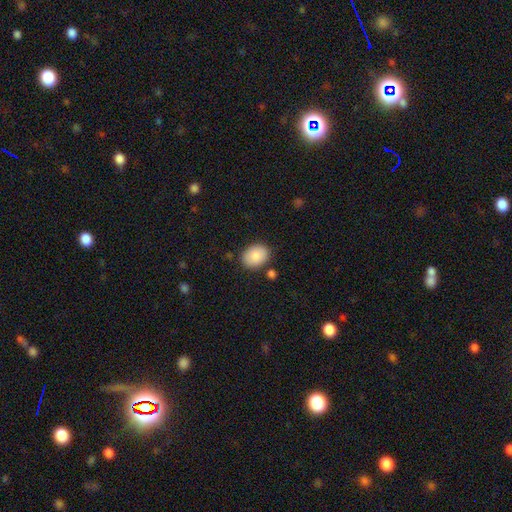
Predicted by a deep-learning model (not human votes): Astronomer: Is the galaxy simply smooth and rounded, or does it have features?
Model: smooth — 87%.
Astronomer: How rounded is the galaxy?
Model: in between — 69%.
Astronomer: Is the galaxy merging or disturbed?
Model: none — 83%.